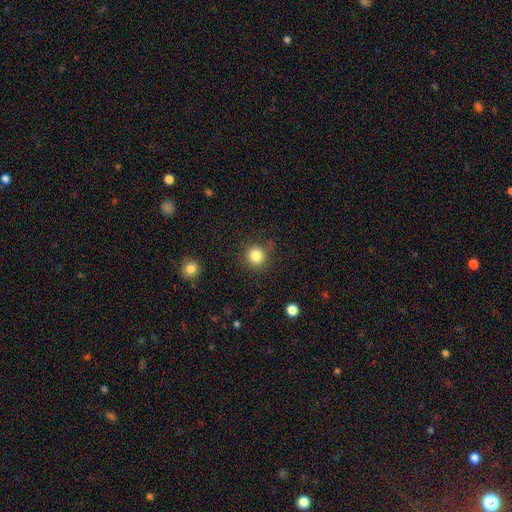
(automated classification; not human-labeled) A smooth galaxy with no disk features (84%) that is round (92%). Merging: none (82%).